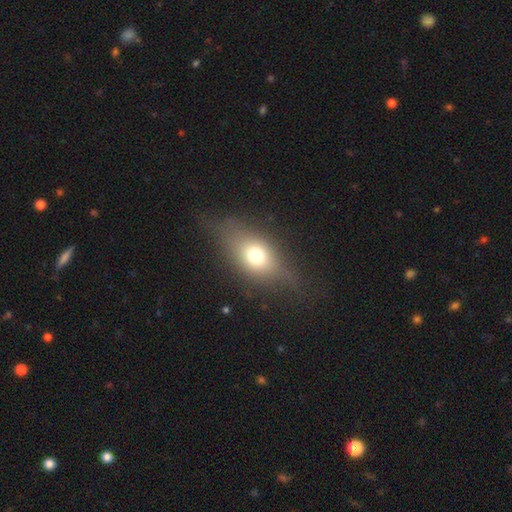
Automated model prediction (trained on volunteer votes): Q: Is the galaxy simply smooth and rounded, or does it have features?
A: smooth — 61%.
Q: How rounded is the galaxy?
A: in between — 66%.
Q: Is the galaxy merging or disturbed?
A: none — 66%.